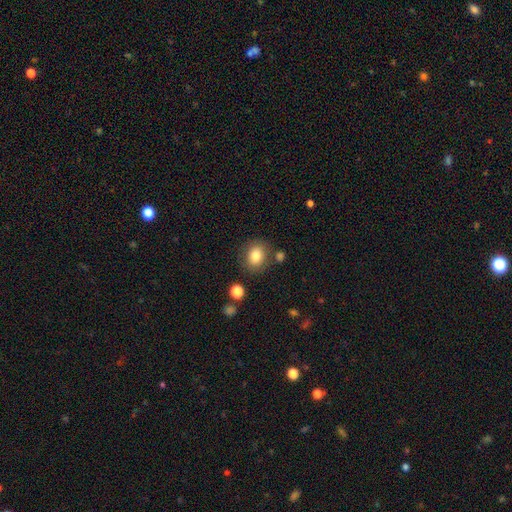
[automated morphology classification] This is clearly a smooth galaxy (82%). How rounded: likely round (63%). Merging: likely none (79%).